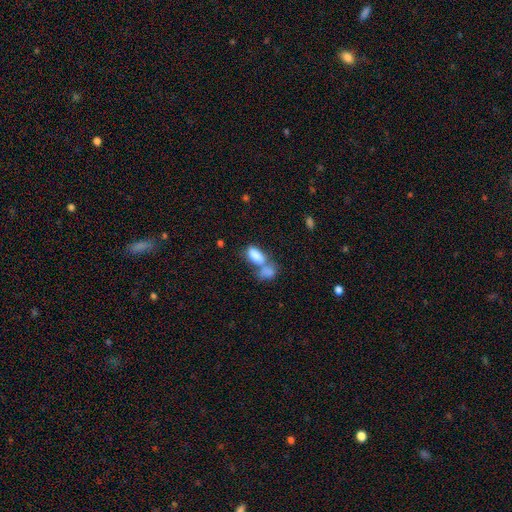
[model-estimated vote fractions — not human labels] Overall: smooth (84%). How rounded: in between (90%). Merging: merger (59%; none 27%).